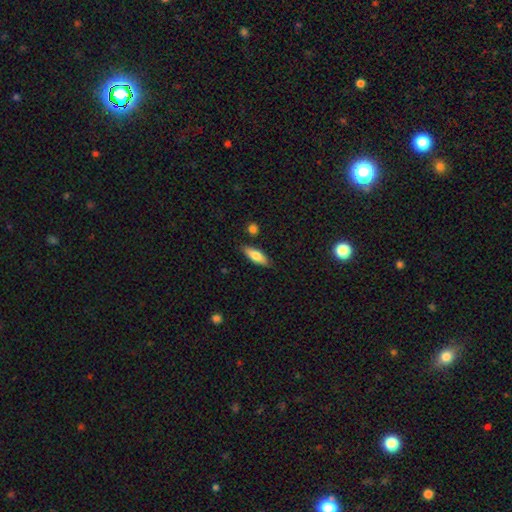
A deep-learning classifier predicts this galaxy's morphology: smooth 71%, featured or disk 23%, star or artifact 6%. Down the decision tree: how rounded — in between (56%); merging — none (83%).